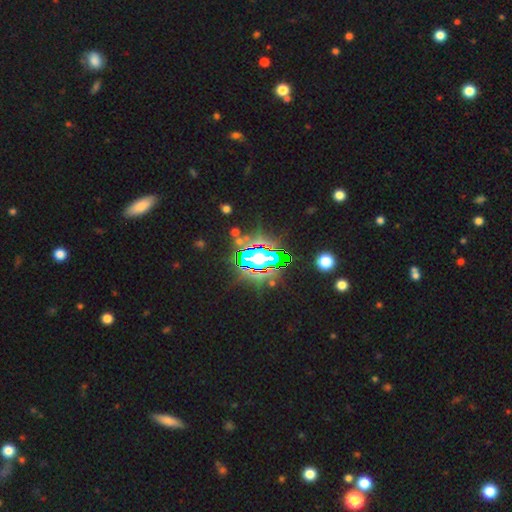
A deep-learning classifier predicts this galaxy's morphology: Q: Smooth or featured?
A: star or artifact (77%); runner-up: smooth (13%)